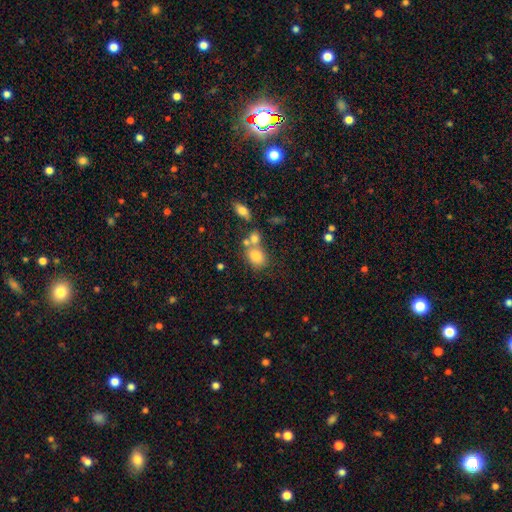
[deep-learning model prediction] Smooth or featured: smooth — 78% (featured or disk — 12%)
How rounded: in between — 56% (round — 42%)
Merging: none — 45% (merger — 37%)